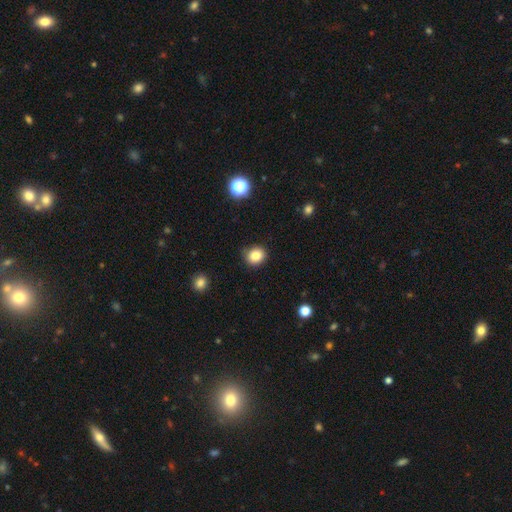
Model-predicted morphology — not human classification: type=smooth (84%); roundness=round (79%); merging=none (85%).